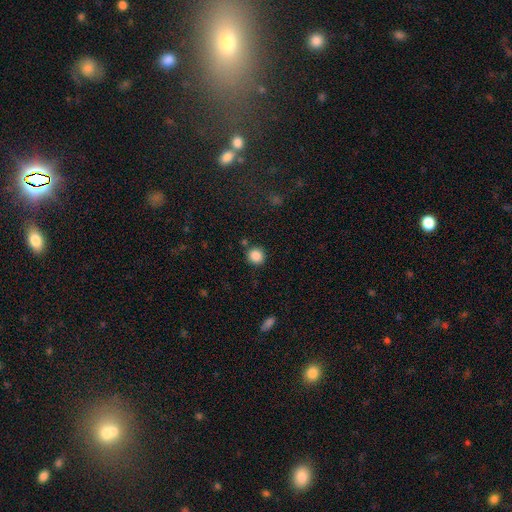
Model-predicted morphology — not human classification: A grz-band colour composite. It shows a smooth galaxy with no disk features (87%) that is round (90%). Merging: none (84%).